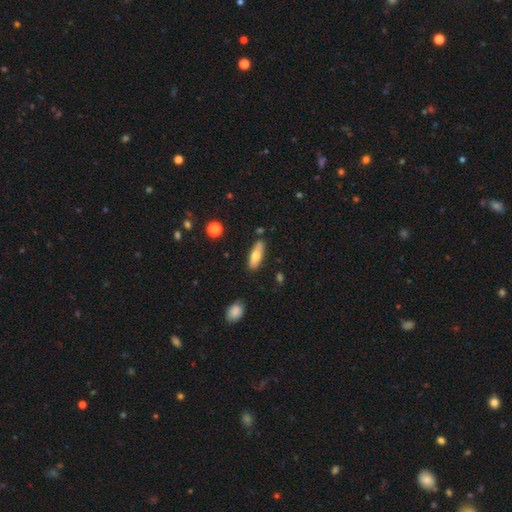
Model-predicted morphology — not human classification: Q: Smooth or featured?
A: smooth (66%); runner-up: featured or disk (28%)
Q: How rounded?
A: in between (64%); runner-up: cigar-shaped (34%)
Q: Merging?
A: none (81%); runner-up: minor disturbance (13%)